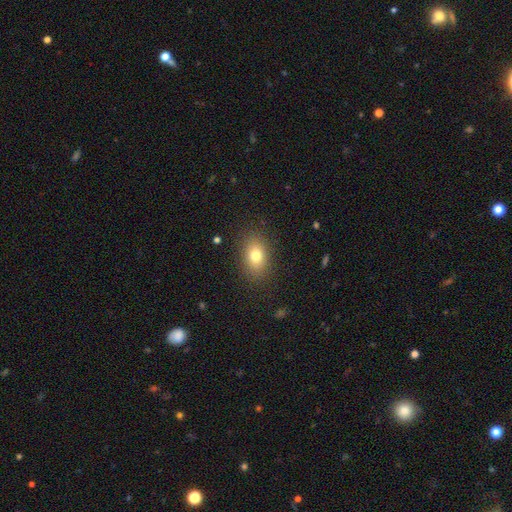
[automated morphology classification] Smooth or featured?
  - smooth: 78% *
  - featured or disk: 12%
  - star or artifact: 10%
How rounded?
  - in between: 80% *
  - round: 18%
  - cigar-shaped: 2%
Merging?
  - none: 86% *
  - minor disturbance: 10%
  - major disturbance: 3%
  - merger: 1%